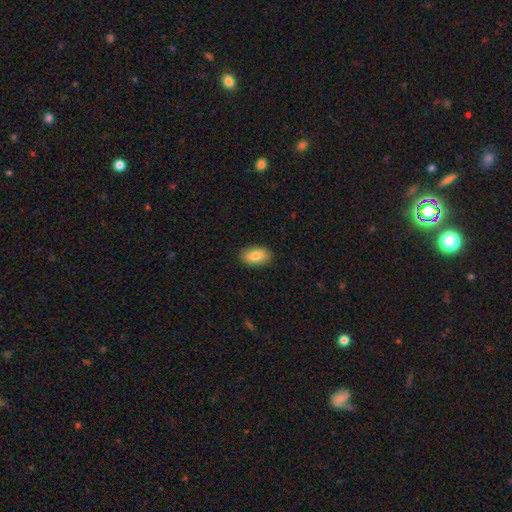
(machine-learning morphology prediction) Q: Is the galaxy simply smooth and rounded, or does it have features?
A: smooth — 81%.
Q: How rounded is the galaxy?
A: in between — 93%.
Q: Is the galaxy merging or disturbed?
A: none — 89%.